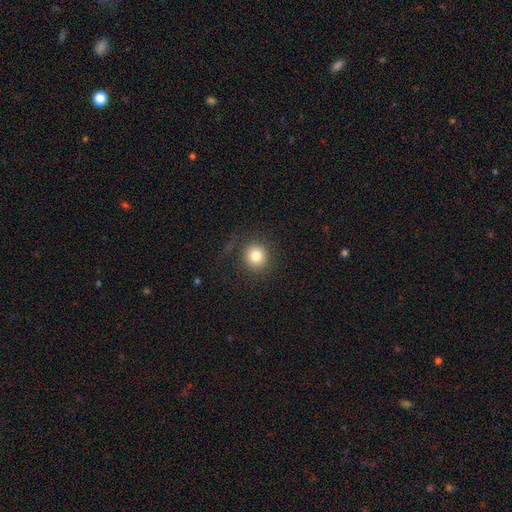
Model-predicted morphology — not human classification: Overall: smooth (81%). How rounded: round (91%). Merging: none (83%).